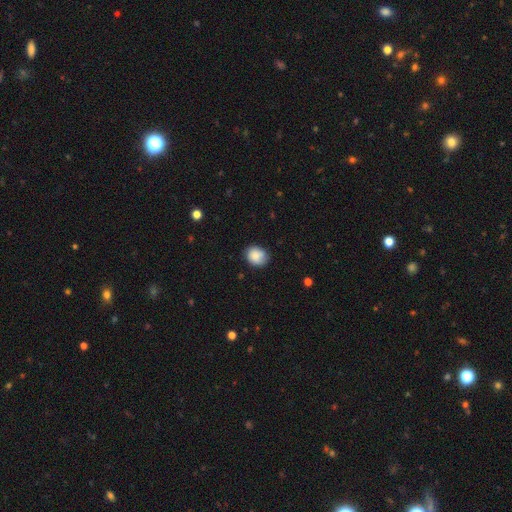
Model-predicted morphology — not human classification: Smooth or featured? Predicted: smooth (p=0.82). How rounded? Predicted: round (p=0.65). Merging? Predicted: none (p=0.75).